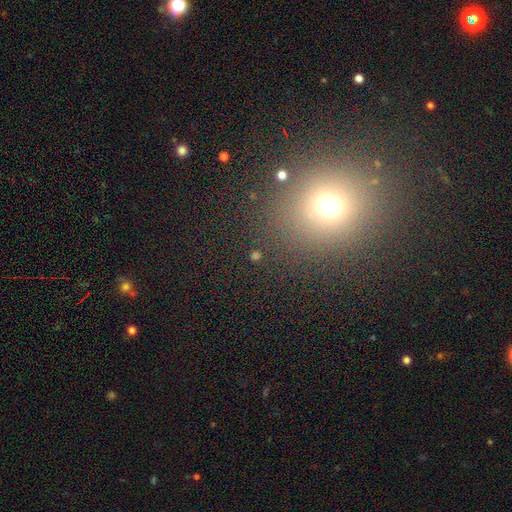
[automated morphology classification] A smooth galaxy with no disk features (49%).

Vote fractions:
- Smooth or featured? smooth: 49% / star or artifact: 41% / featured or disk: 10%
- Merging? none: 83% / minor disturbance: 8% / major disturbance: 5% / merger: 5%